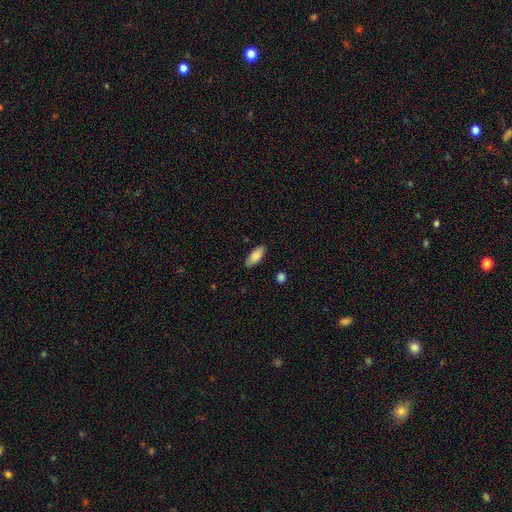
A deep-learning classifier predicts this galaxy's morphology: Smooth or featured? Predicted: smooth (p=0.87). How rounded? Predicted: in between (p=0.83). Merging? Predicted: none (p=0.86).